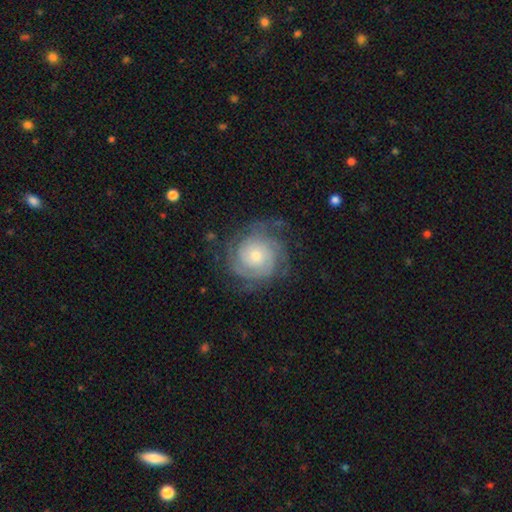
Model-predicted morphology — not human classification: Smooth or featured? featured or disk (83%)
Edge-on disk? no (98%)
Bar? no (79%)
Spiral arms? yes (96%)
Spiral winding? tight (77%)
Spiral arm count? can't tell (30%)
Bulge size? small (56%)
Merging? none (76%)